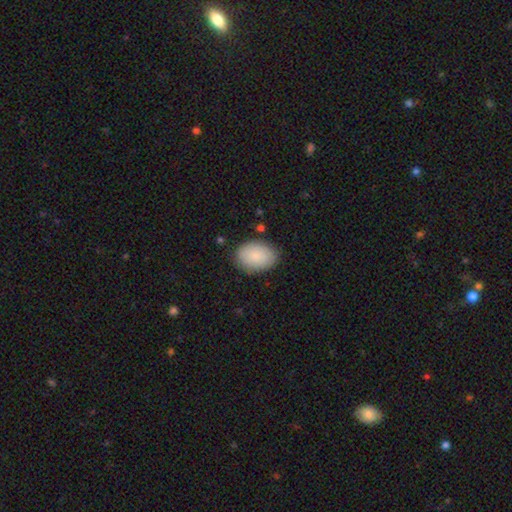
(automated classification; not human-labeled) The model was most divided on "how rounded": in between: 81%, round: 17%, cigar-shaped: 1%. More confident: smooth or featured — smooth (84%); merging — none (84%).